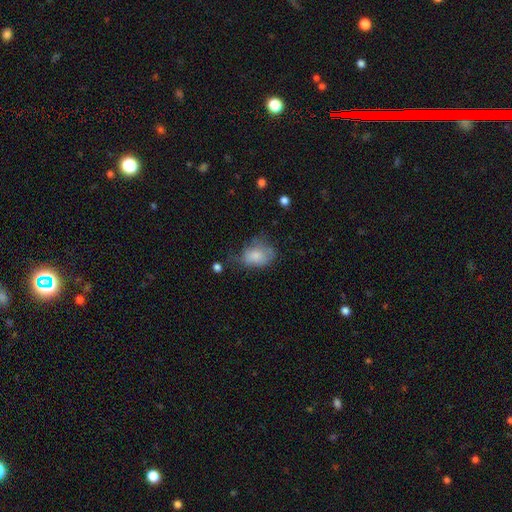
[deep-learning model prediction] A smooth galaxy with no disk features (72%) that is in between round and cigar-shaped (72%).

Vote fractions:
- Smooth or featured? smooth: 72% / featured or disk: 19% / star or artifact: 9%
- How rounded? in between: 72% / round: 27% / cigar-shaped: 1%
- Merging? minor disturbance: 36% / none: 34% / major disturbance: 27% / merger: 3%